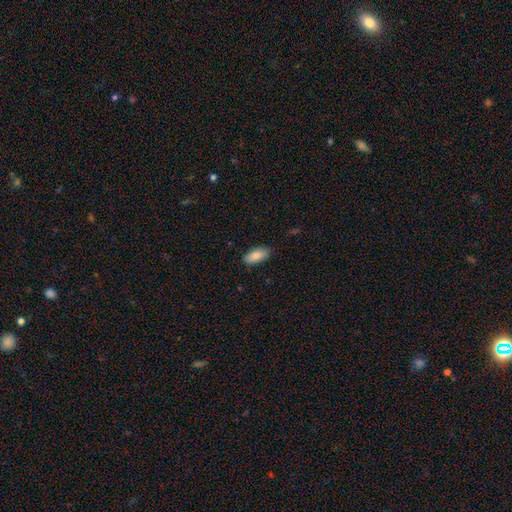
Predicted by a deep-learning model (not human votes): Smooth or featured? Predicted: smooth (p=0.87). How rounded? Predicted: in between (p=0.92). Merging? Predicted: none (p=0.85).